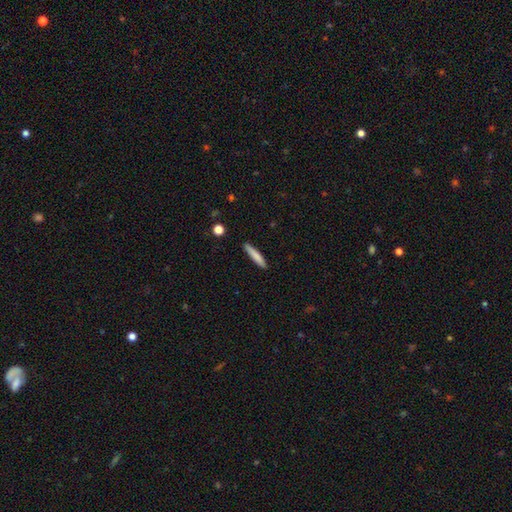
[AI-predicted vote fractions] This appears to be a smooth galaxy with no disk features (80%) that is cigar-shaped (92%). Merging: none (89%).